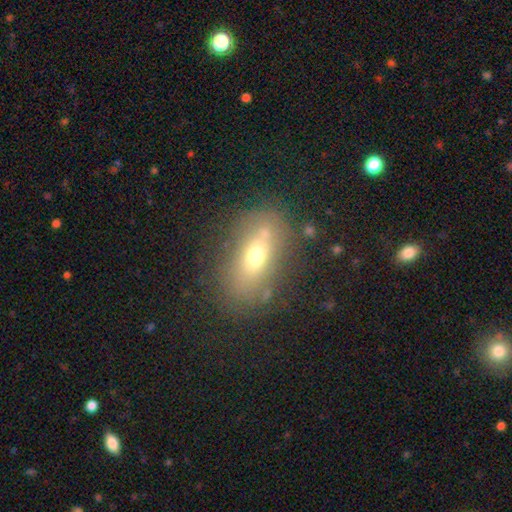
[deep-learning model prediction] Overall: smooth (59%; featured or disk 28%). How rounded: in between (77%). Merging: none (71%).